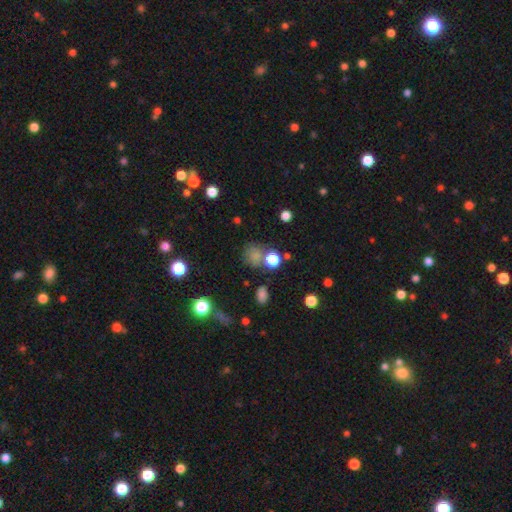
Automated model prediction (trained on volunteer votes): Morphology: type=smooth (70%); roundness=round (78%); merging=none (62%).